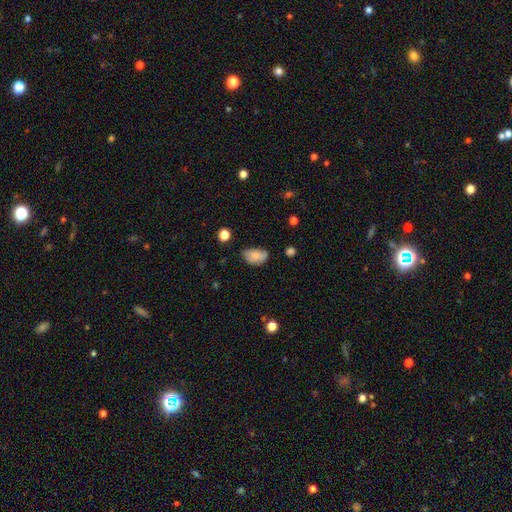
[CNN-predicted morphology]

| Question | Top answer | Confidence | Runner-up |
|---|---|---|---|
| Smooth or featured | smooth | 78% | featured or disk (13%) |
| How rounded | in between | 90% | round (9%) |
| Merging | none | 51% | minor disturbance (38%) |